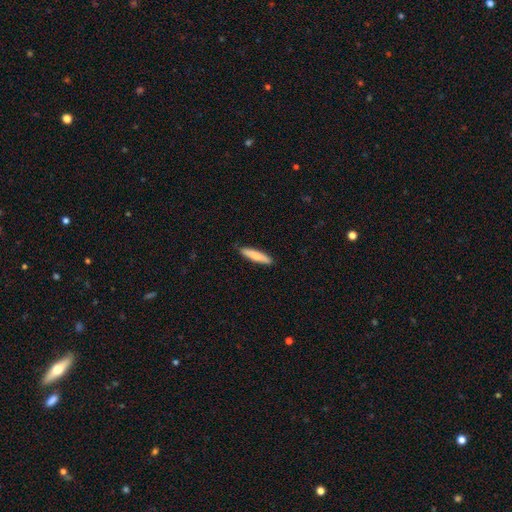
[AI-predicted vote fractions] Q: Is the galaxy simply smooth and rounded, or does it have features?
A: smooth — 77%.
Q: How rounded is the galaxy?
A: cigar-shaped — 85%.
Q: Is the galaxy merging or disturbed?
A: none — 89%.